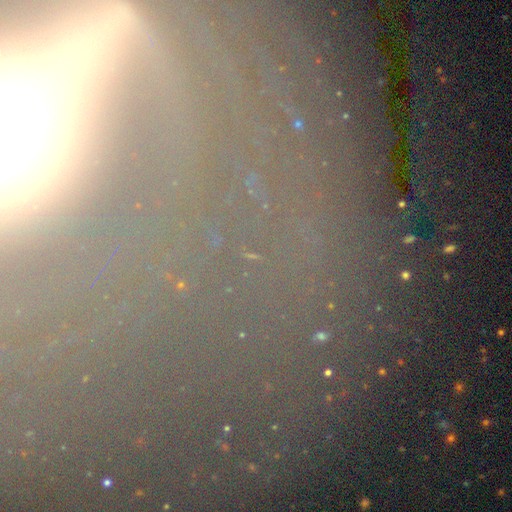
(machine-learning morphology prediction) smooth_or_featured: star or artifact (p=0.72) [alt: smooth p=0.16]